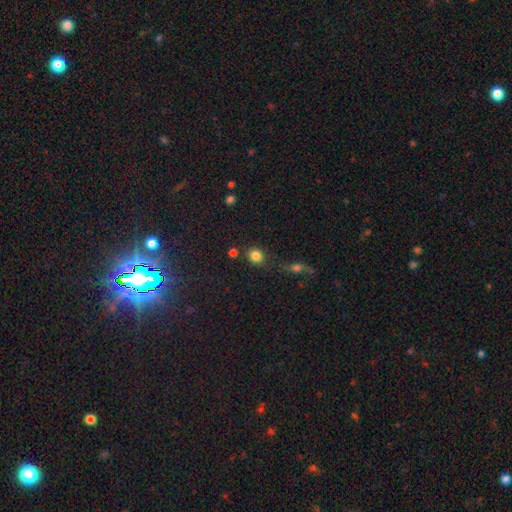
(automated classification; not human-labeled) smooth_or_featured: smooth (p=0.83) [alt: star or artifact p=0.11]
how_rounded: round (p=0.80) [alt: in between p=0.19]
merging: none (p=0.78) [alt: minor disturbance p=0.10]